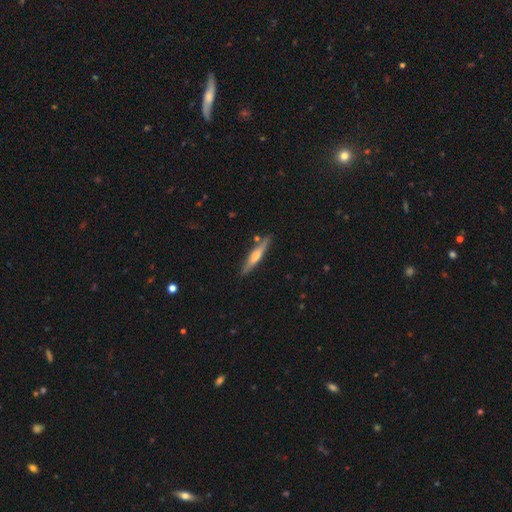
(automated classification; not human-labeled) Smooth or featured: featured or disk — 64% (smooth — 31%)
Edge-on disk: yes — 96% (no — 4%)
Edge-on bulge: rounded — 85% (none — 8%)
Merging: none — 86% (minor disturbance — 9%)